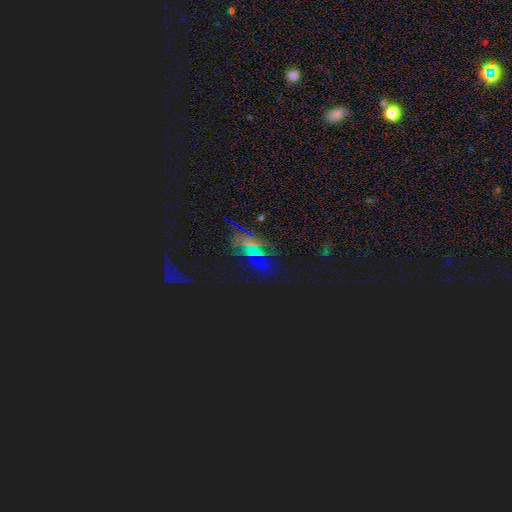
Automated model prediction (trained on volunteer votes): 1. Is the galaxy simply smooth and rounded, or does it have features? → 63% star or artifact, 23% smooth, 15% featured or disk.